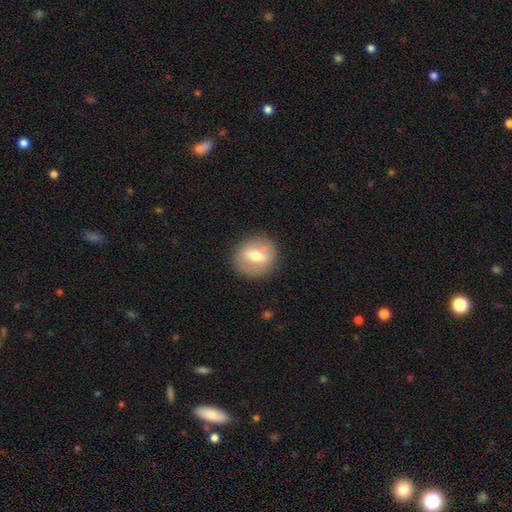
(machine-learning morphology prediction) Smooth or featured: smooth — 47% (featured or disk — 46%)
Merging: none — 84% (minor disturbance — 11%)